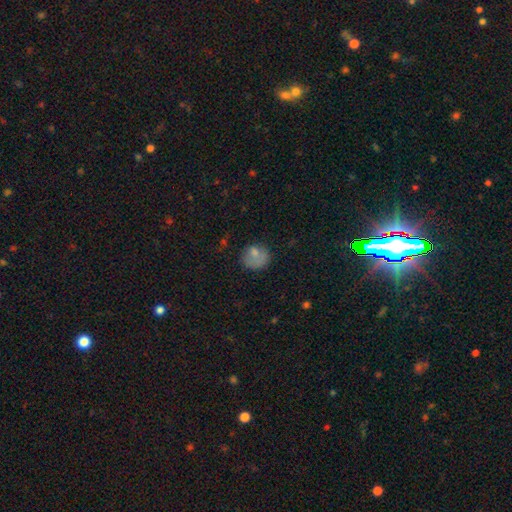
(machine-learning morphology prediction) A smooth galaxy with no disk features (75%) that is round (74%).

Vote fractions:
- Smooth or featured? smooth: 75% / featured or disk: 16% / star or artifact: 10%
- How rounded? round: 74% / in between: 25% / cigar-shaped: 1%
- Merging? none: 54% / minor disturbance: 25% / major disturbance: 15% / merger: 7%